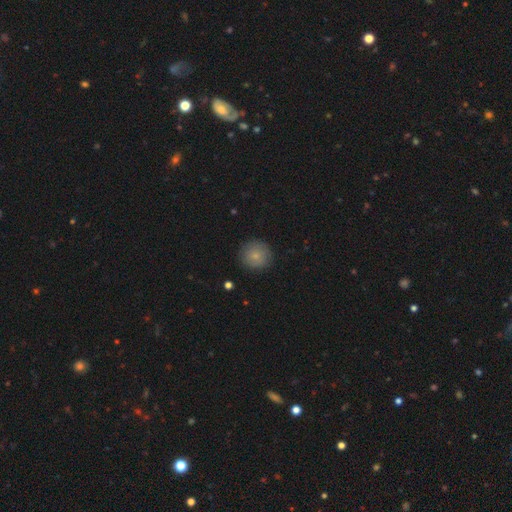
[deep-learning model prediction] smooth-or-featured: smooth: 81% | featured or disk: 10% | star or artifact: 8%
  how-rounded: round: 93% | in between: 6% | cigar-shaped: 1%
  merging: none: 86% | minor disturbance: 10% | major disturbance: 3% | merger: 1%